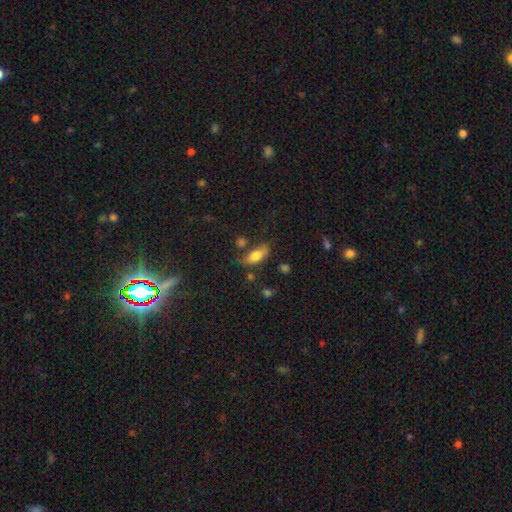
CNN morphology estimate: A smooth galaxy with no disk features (75%) that is in between round and cigar-shaped (80%). Merging: none (54%).